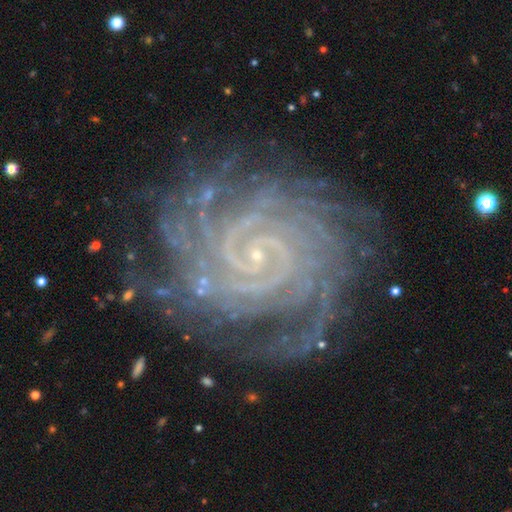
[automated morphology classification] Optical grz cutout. It shows a featured or disk galaxy (92%) with no bar (48%), 2 (22%) tight (86%) spiral arms (99%) and a small central bulge (87%). Merging: none (78%).